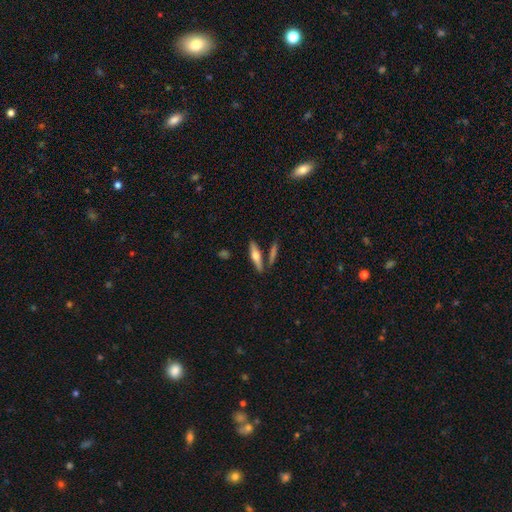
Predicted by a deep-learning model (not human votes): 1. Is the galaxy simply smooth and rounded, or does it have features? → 48% smooth, 46% featured or disk, 6% star or artifact.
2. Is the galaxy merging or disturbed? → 77% none, 10% minor disturbance, 10% merger, 3% major disturbance.